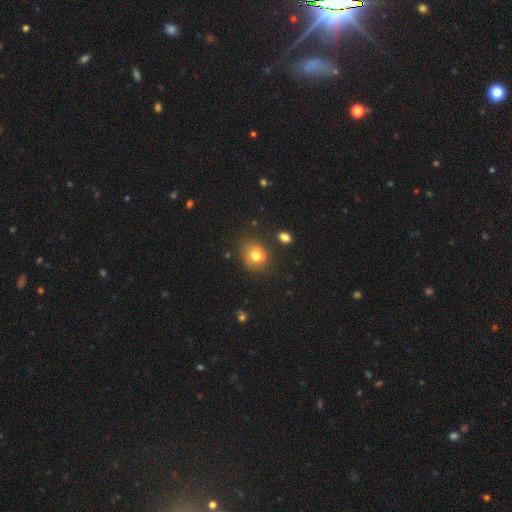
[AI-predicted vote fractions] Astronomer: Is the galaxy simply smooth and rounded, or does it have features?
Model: smooth — 77%.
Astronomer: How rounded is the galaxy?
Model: round — 68%.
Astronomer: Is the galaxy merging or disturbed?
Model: none — 79%.